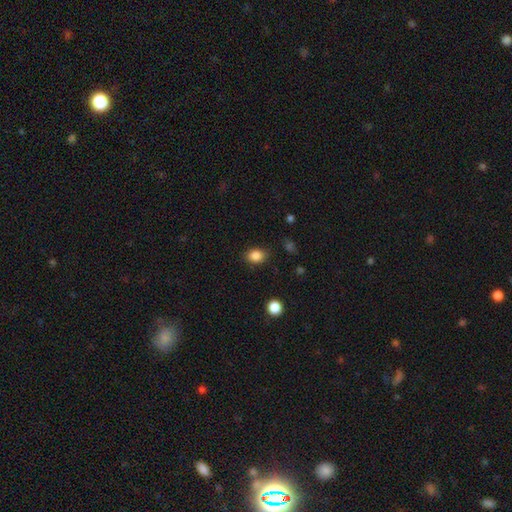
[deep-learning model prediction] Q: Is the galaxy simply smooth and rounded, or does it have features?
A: smooth — 85%.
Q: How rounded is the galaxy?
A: in between — 62%.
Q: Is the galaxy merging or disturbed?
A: none — 84%.